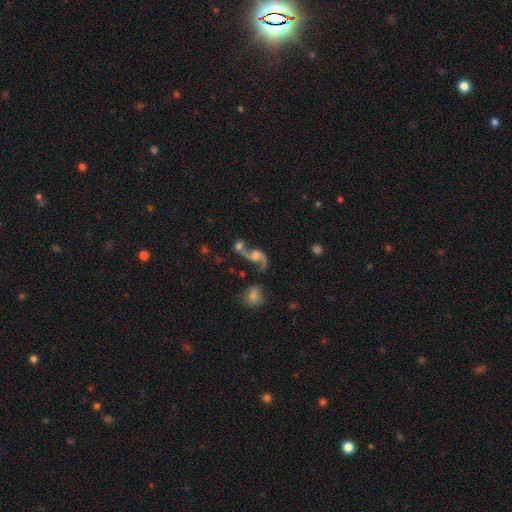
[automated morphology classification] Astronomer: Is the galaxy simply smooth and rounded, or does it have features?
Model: featured or disk — 80%.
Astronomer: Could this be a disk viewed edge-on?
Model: no — 97%.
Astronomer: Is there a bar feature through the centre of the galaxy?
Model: no — 61%.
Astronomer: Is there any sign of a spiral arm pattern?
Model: yes — 93%.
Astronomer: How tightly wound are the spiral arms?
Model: loose — 81%.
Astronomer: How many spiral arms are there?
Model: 2 — 88%.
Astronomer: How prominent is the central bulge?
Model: moderate — 40% (runner-up: small, 24%).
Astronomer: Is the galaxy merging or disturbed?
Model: merger — 42% (runner-up: none, 33%).